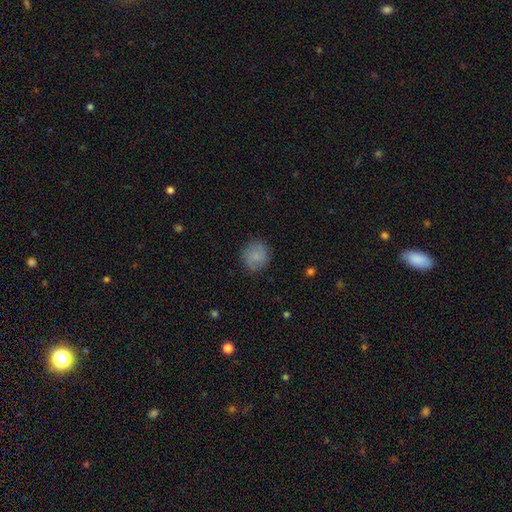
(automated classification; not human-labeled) smooth_or_featured: smooth (p=0.80) [alt: featured or disk p=0.12]
how_rounded: round (p=0.86) [alt: in between p=0.13]
merging: none (p=0.84) [alt: minor disturbance p=0.12]